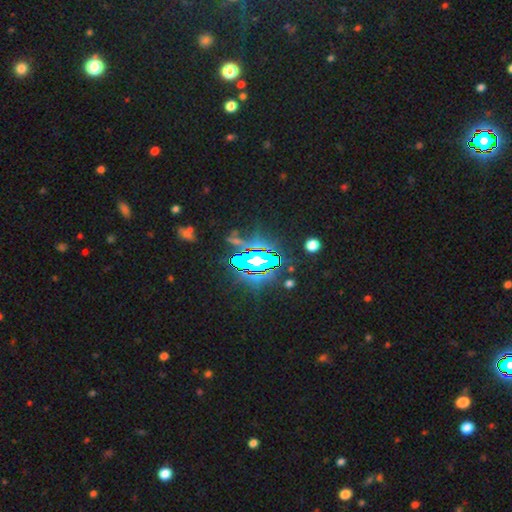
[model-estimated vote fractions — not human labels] A star or artifact, not a galaxy (83%).